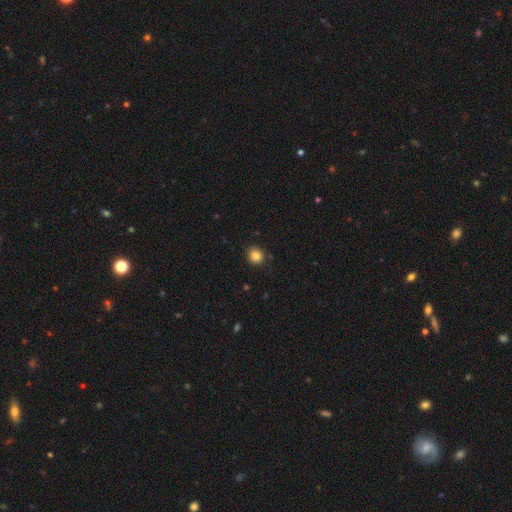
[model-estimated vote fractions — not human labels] smooth_or_featured: smooth (p=0.84) [alt: star or artifact p=0.11]
how_rounded: round (p=0.90) [alt: in between p=0.09]
merging: none (p=0.89) [alt: minor disturbance p=0.08]